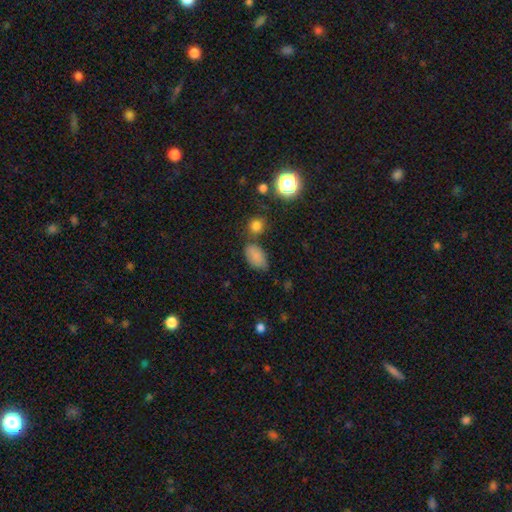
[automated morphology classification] Q: Smooth or featured?
A: smooth (80%); runner-up: star or artifact (12%)
Q: How rounded?
A: in between (89%); runner-up: round (9%)
Q: Merging?
A: none (60%); runner-up: minor disturbance (22%)